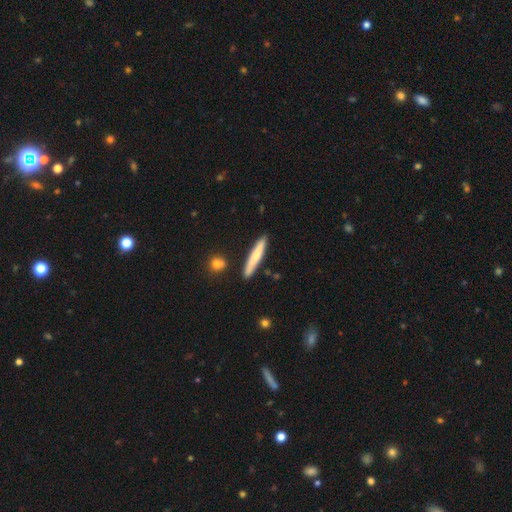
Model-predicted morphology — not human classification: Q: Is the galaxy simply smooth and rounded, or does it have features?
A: smooth — 69%.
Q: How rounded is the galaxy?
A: cigar-shaped — 93%.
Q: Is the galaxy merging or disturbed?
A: none — 85%.